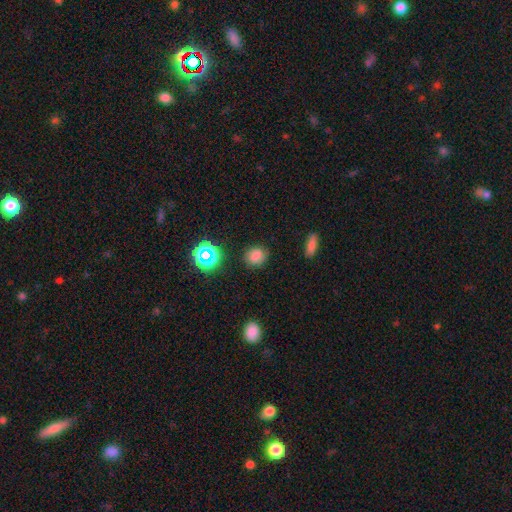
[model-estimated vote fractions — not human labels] Smooth or featured? Predicted: smooth (p=0.76). How rounded? Predicted: round (p=0.62). Merging? Predicted: none (p=0.83).